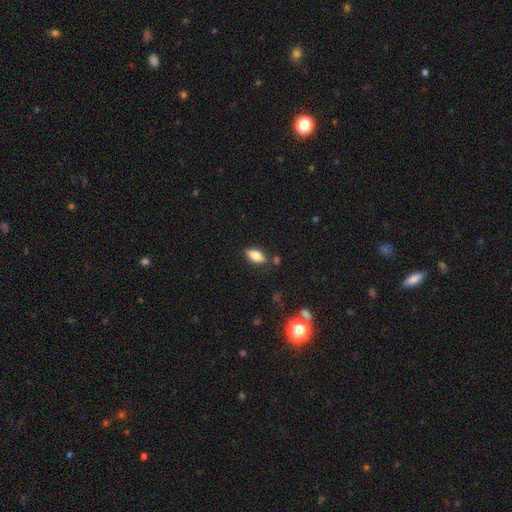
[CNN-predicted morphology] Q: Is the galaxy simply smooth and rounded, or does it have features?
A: smooth — 81%.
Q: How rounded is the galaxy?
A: in between — 89%.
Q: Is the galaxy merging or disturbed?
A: none — 78%.